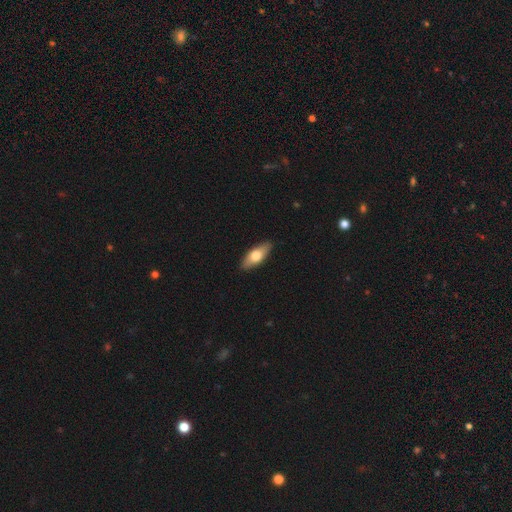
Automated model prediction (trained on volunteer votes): smooth 67%, featured or disk 27%, star or artifact 5%. Down the decision tree: how rounded — in between (75%); merging — none (89%).